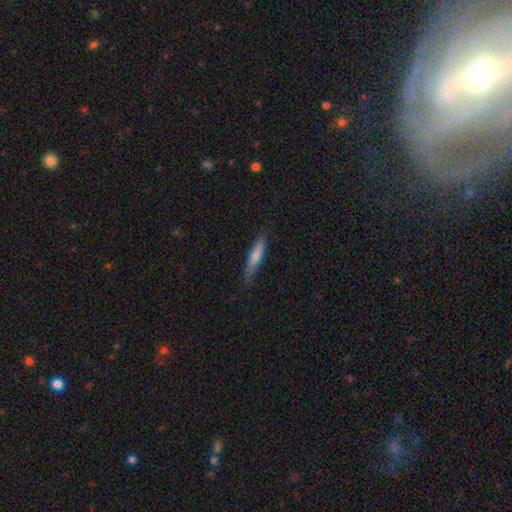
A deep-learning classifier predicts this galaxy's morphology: Overall: smooth (72%). How rounded: cigar-shaped (87%). Merging: none (83%).